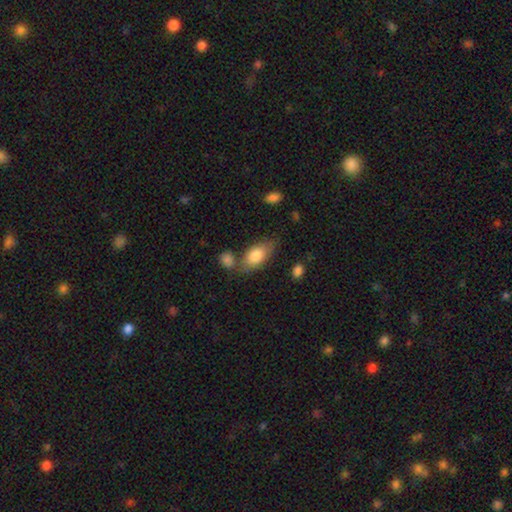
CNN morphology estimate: A smooth galaxy with no disk features (80%) that is in between round and cigar-shaped (89%).

Vote fractions:
- Smooth or featured? smooth: 80% / featured or disk: 14% / star or artifact: 6%
- How rounded? in between: 89% / cigar-shaped: 7% / round: 4%
- Merging? none: 59% / minor disturbance: 19% / merger: 15% / major disturbance: 6%